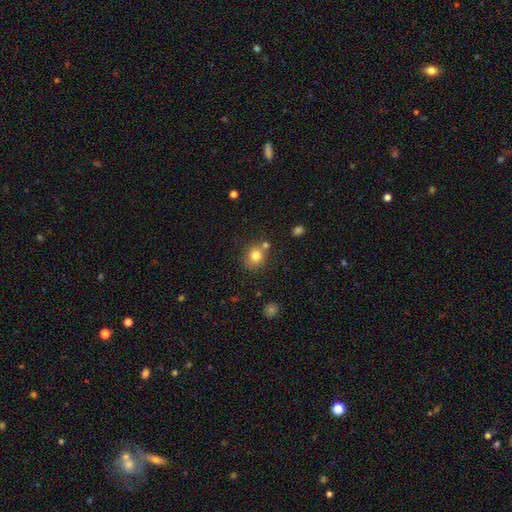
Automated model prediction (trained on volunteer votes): Smooth or featured? Predicted: smooth (p=0.79). How rounded? Predicted: round (p=0.79). Merging? Predicted: none (p=0.66).